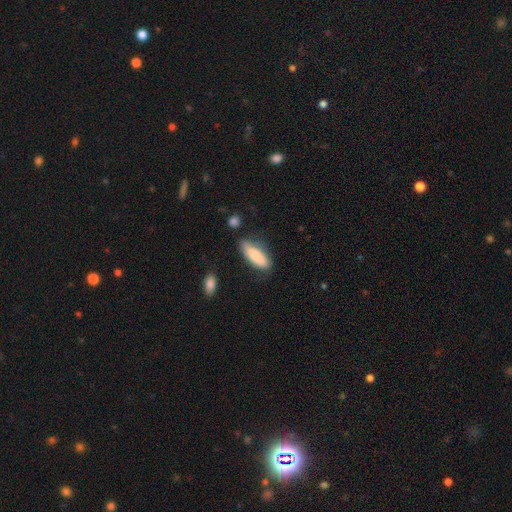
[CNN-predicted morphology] A smooth galaxy with no disk features (83%) that is in between round and cigar-shaped (60%). Merging: none (71%).